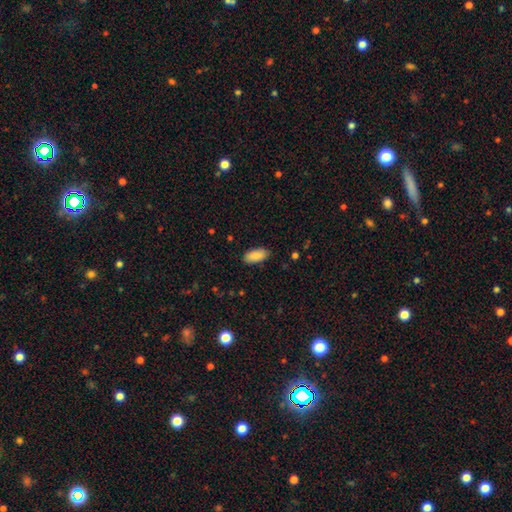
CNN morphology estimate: Smooth or featured? Predicted: smooth (p=0.89). How rounded? Predicted: in between (p=0.92). Merging? Predicted: none (p=0.87).